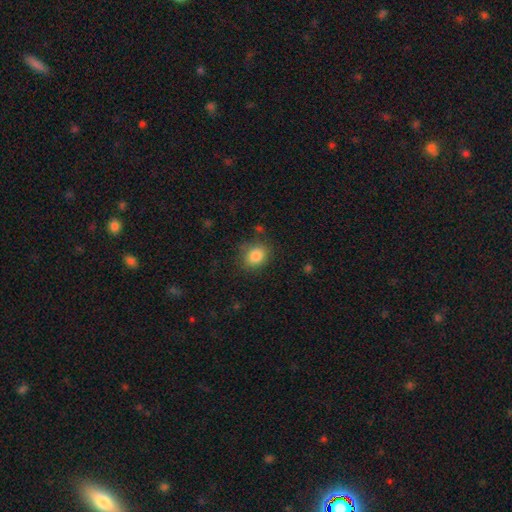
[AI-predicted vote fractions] Q: Smooth or featured?
A: smooth (86%); runner-up: star or artifact (9%)
Q: How rounded?
A: round (56%); runner-up: in between (43%)
Q: Merging?
A: none (79%); runner-up: minor disturbance (14%)